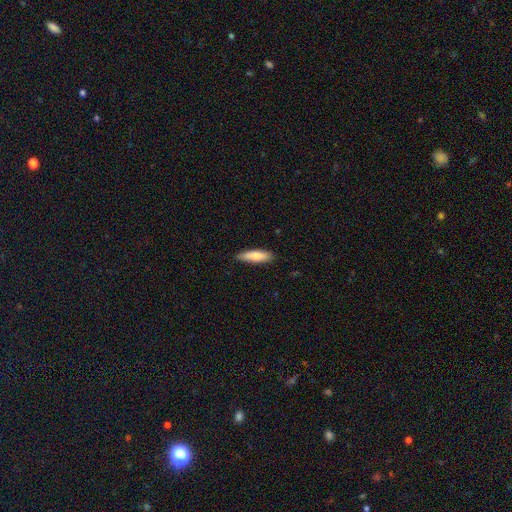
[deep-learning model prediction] Q: Smooth or featured?
A: smooth (76%); runner-up: featured or disk (19%)
Q: How rounded?
A: cigar-shaped (64%); runner-up: in between (34%)
Q: Merging?
A: none (85%); runner-up: minor disturbance (12%)